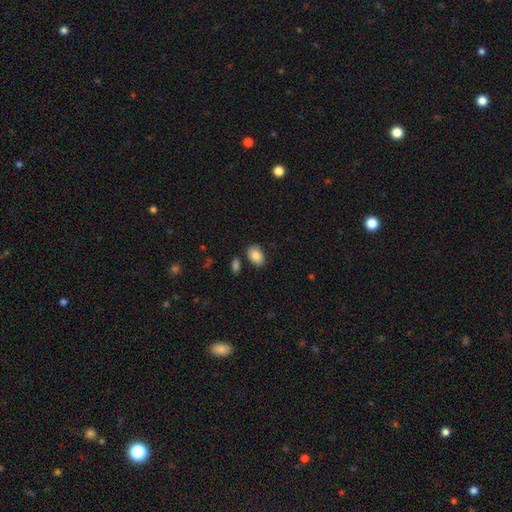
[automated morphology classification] A smooth galaxy with no disk features (88%) that is in between round and cigar-shaped (89%). Merging: none (80%).